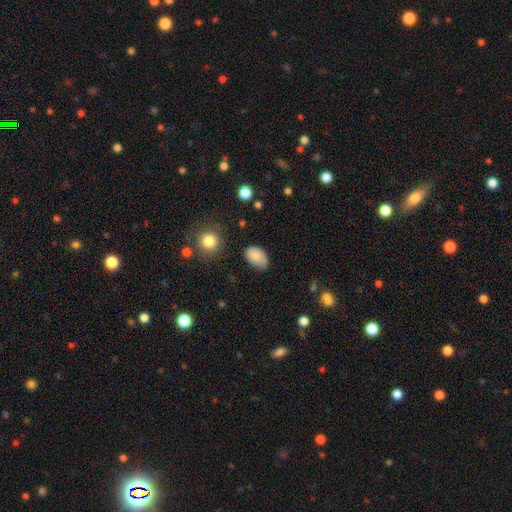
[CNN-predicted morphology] smooth 82%, featured or disk 10%, star or artifact 9%. Down the decision tree: how rounded — in between (87%); merging — none (68%).